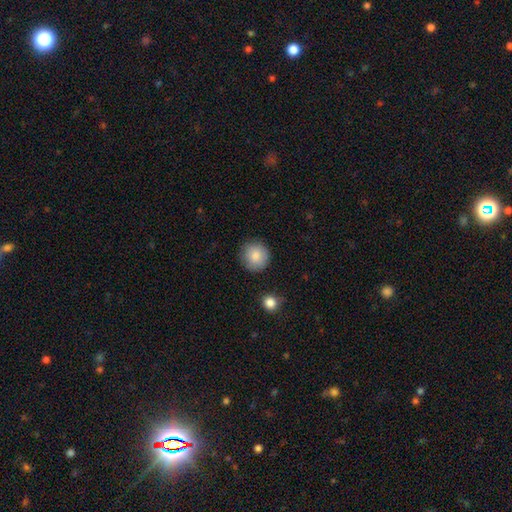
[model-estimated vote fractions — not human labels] A smooth galaxy with no disk features (86%) that is round (94%).

Vote fractions:
- Smooth or featured? smooth: 86% / star or artifact: 7% / featured or disk: 7%
- How rounded? round: 94% / in between: 5% / cigar-shaped: 1%
- Merging? none: 87% / minor disturbance: 9% / major disturbance: 2% / merger: 2%